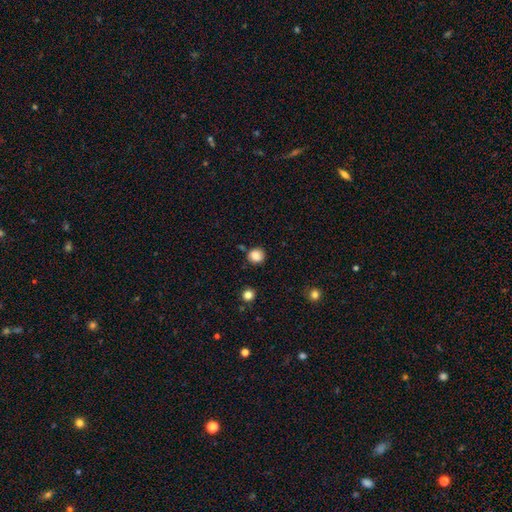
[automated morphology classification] Smooth or featured? smooth (85%)
How rounded? round (87%)
Merging? none (81%)